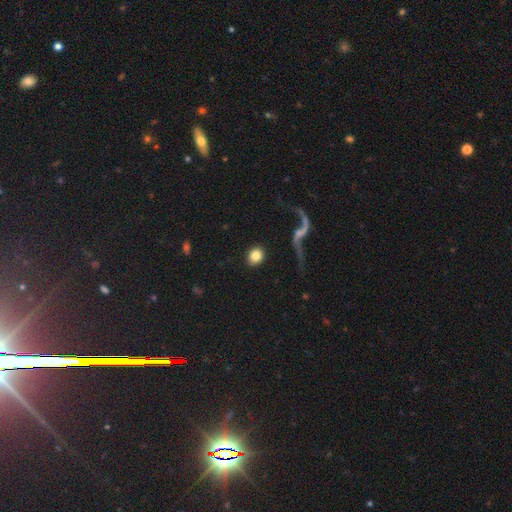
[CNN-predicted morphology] Smooth or featured?
  - smooth: 79% *
  - featured or disk: 13%
  - star or artifact: 8%
How rounded?
  - round: 74% *
  - in between: 25%
  - cigar-shaped: 2%
Merging?
  - none: 89% *
  - minor disturbance: 5%
  - major disturbance: 3%
  - merger: 2%